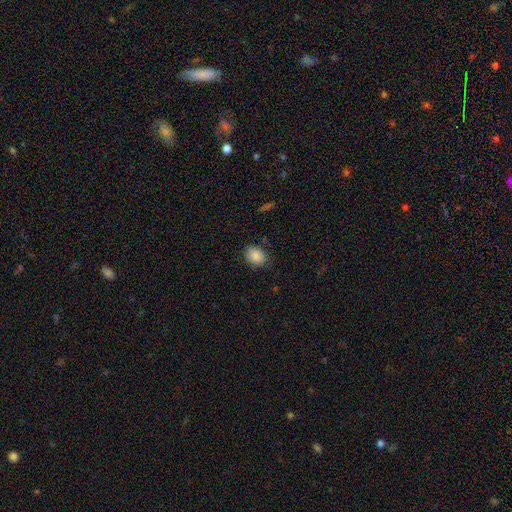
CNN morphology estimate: Smooth or featured?
  - smooth: 86% *
  - star or artifact: 8%
  - featured or disk: 6%
How rounded?
  - in between: 60% *
  - round: 39%
  - cigar-shaped: 1%
Merging?
  - none: 80% *
  - minor disturbance: 16%
  - major disturbance: 3%
  - merger: 1%